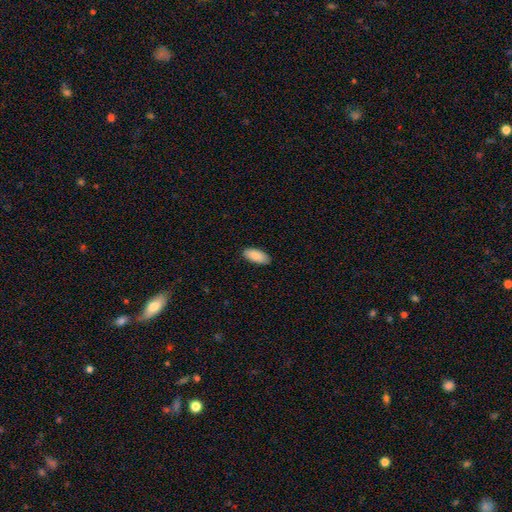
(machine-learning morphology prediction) type=smooth (89%); roundness=in between (88%); merging=none (88%).